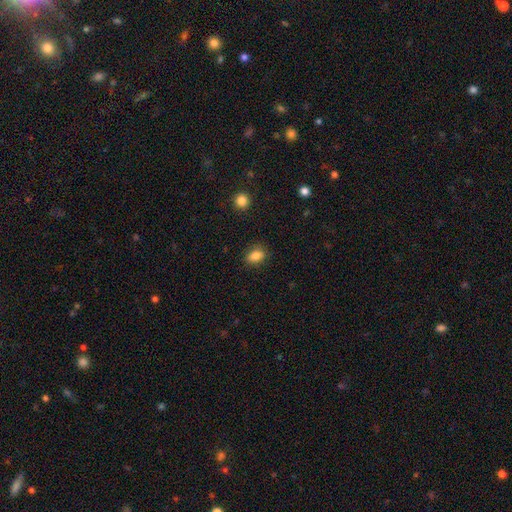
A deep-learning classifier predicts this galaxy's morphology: This appears to be a smooth galaxy with no disk features (86%) that is in between round and cigar-shaped (81%). Merging: none (84%).